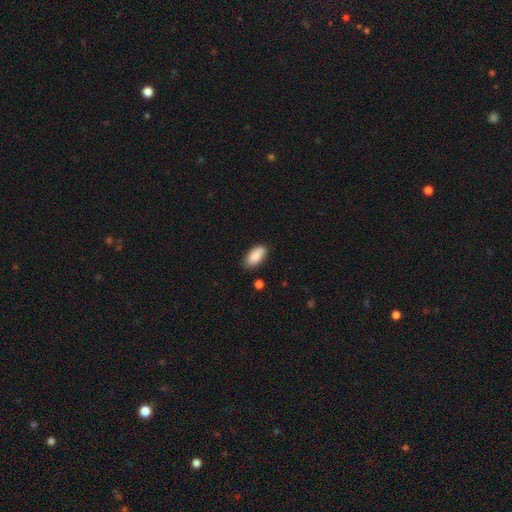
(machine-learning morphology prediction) Q: Smooth or featured?
A: smooth (88%); runner-up: star or artifact (7%)
Q: How rounded?
A: in between (90%); runner-up: cigar-shaped (8%)
Q: Merging?
A: none (83%); runner-up: minor disturbance (13%)